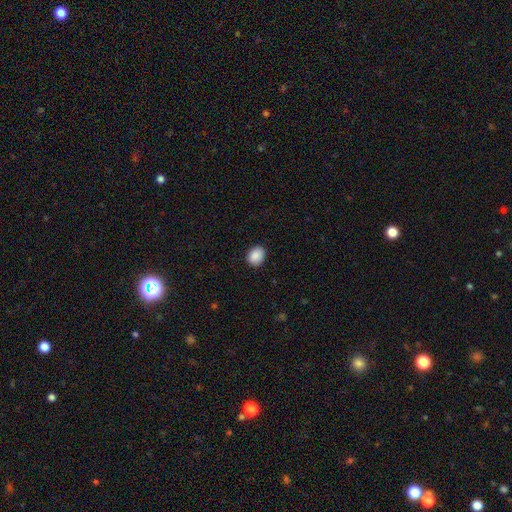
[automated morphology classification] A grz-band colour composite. It shows a smooth galaxy with no disk features (90%) that is in between round and cigar-shaped (54%). Merging: none (88%).